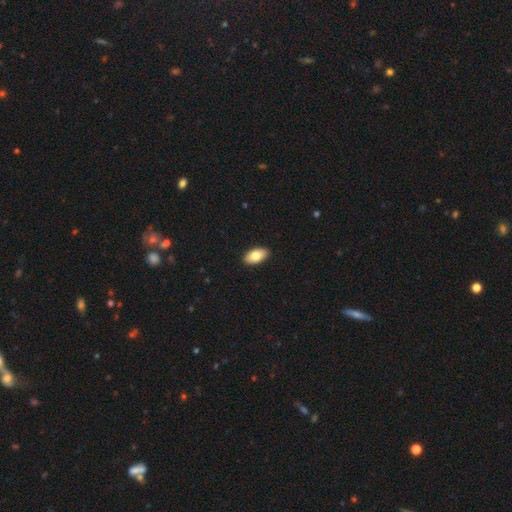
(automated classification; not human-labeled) Morphology: type=smooth (79%); roundness=in between (93%); merging=none (91%).